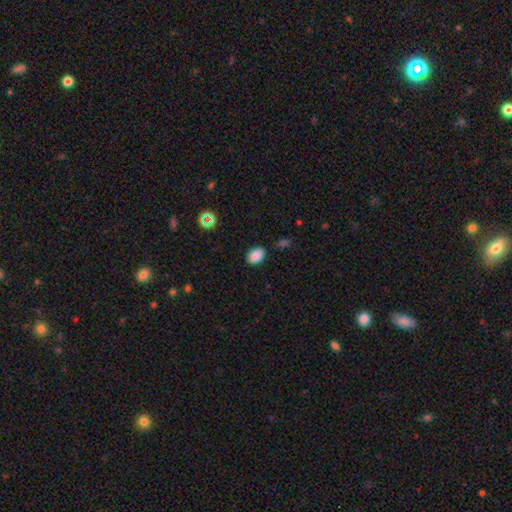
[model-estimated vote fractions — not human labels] Smooth or featured? Predicted: smooth (p=0.86). How rounded? Predicted: in between (p=0.82). Merging? Predicted: none (p=0.82).